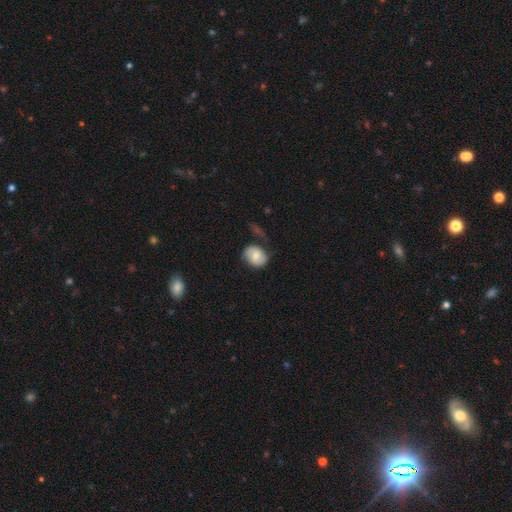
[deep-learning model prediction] Smooth or featured?
  - smooth: 54% *
  - featured or disk: 39%
  - star or artifact: 7%
How rounded?
  - round: 53% *
  - in between: 46%
  - cigar-shaped: 1%
Merging?
  - none: 53% *
  - minor disturbance: 26%
  - major disturbance: 17%
  - merger: 5%